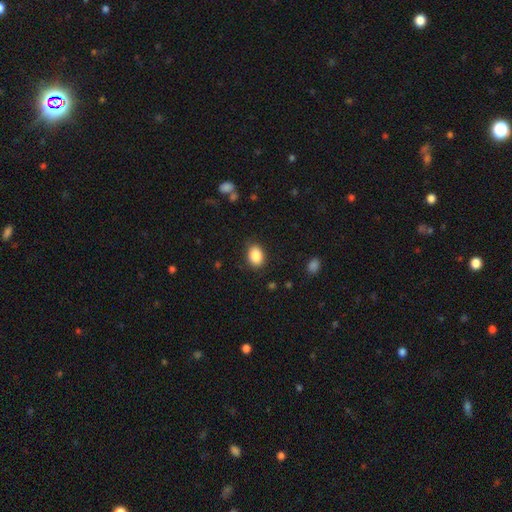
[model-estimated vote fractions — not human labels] smooth 87%, star or artifact 8%, featured or disk 5%. Down the decision tree: how rounded — in between (76%); merging — none (86%).